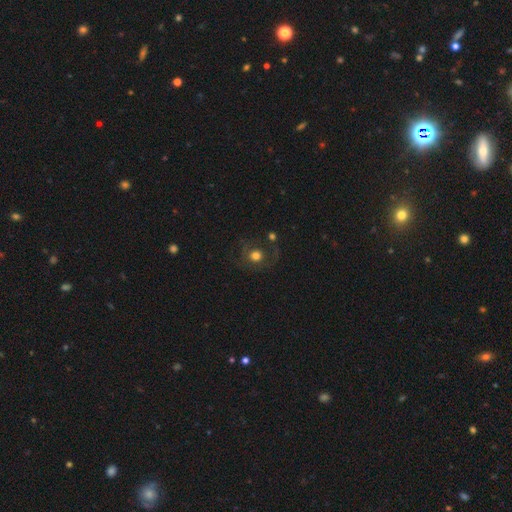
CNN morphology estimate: The model was most divided on "smooth or featured": smooth: 54%, featured or disk: 32%, star or artifact: 14%. More confident: how rounded — round (86%); merging — none (65%).